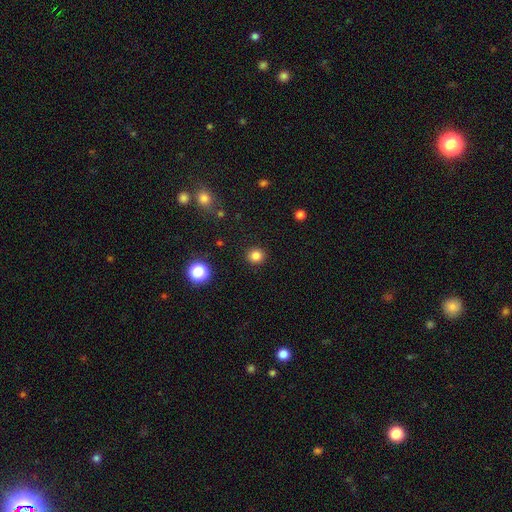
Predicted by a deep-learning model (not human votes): Overall: smooth (83%). How rounded: round (90%). Merging: none (91%).